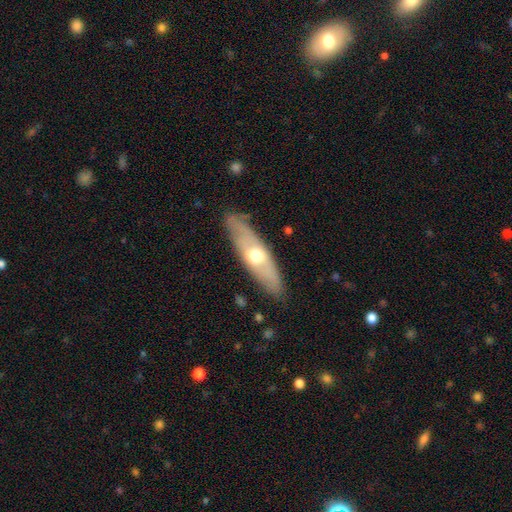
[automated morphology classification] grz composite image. It shows a featured or disk galaxy (49%). Merging: none (84%).